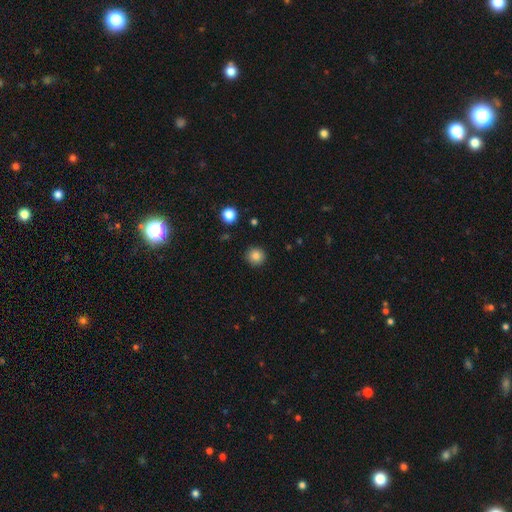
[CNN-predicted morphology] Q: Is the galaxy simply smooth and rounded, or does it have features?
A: smooth — 83%.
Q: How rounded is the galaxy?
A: round — 94%.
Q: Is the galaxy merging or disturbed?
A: none — 91%.